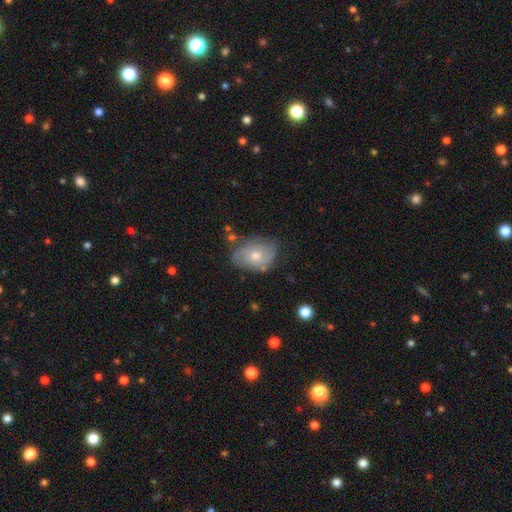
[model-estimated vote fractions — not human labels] Overall: featured or disk (54%; smooth 38%). Edge-on disk: no (96%). Bar: no (81%). Spiral arms: yes (76%). Bulge size: moderate (53%; small 42%). Merging: none (65%).